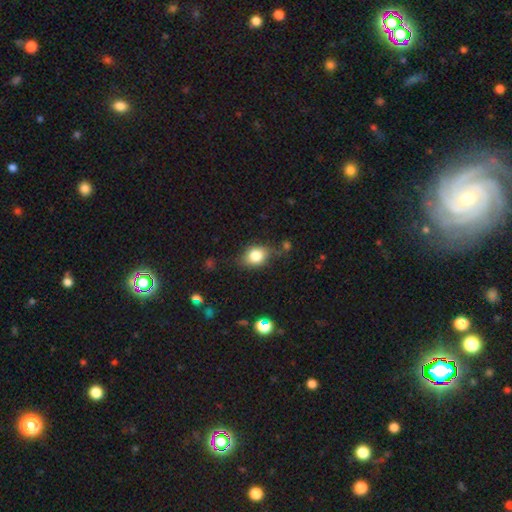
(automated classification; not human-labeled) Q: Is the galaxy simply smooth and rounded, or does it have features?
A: smooth — 75%.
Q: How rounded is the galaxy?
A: in between — 56%.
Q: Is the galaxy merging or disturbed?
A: none — 65%.